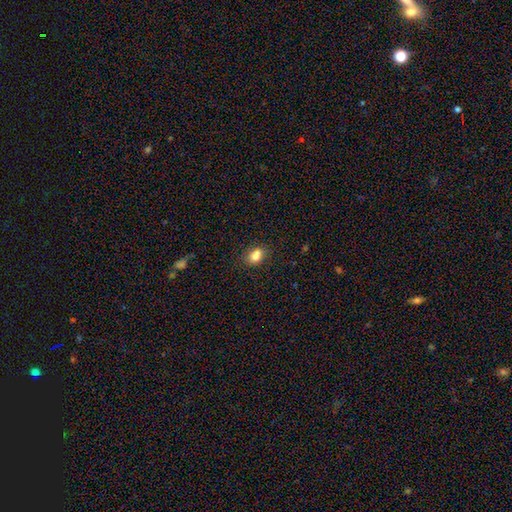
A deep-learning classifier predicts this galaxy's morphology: Overall: smooth (81%). How rounded: in between (72%). Merging: none (64%).